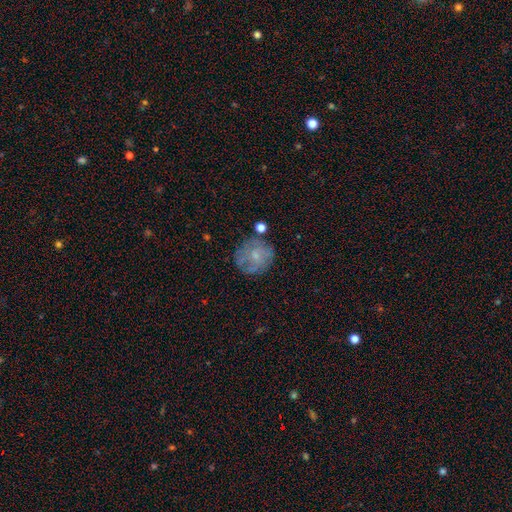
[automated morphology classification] A smooth galaxy with no disk features (49%). Merging: none (64%).